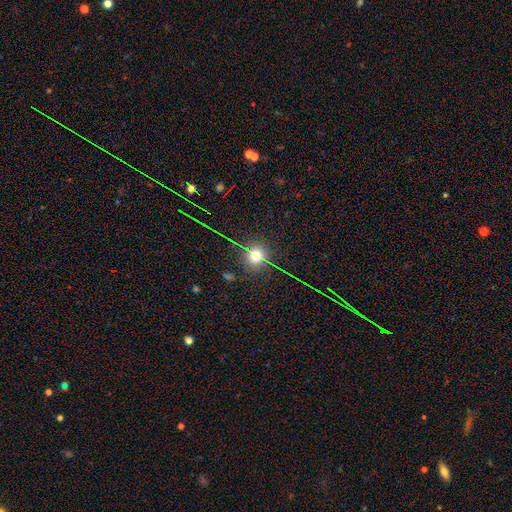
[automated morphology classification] This appears to be a smooth galaxy with no disk features (65%) that is round (91%). Merging: none (86%).